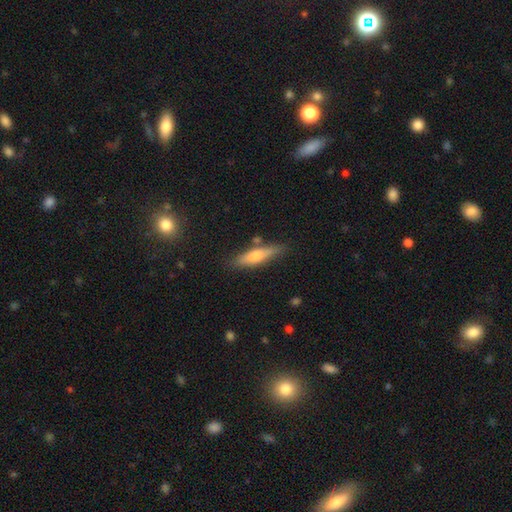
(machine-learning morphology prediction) The model was most divided on "smooth or featured": smooth: 55%, featured or disk: 38%, star or artifact: 7%. More confident: merging — none (79%); how rounded — cigar-shaped (75%).